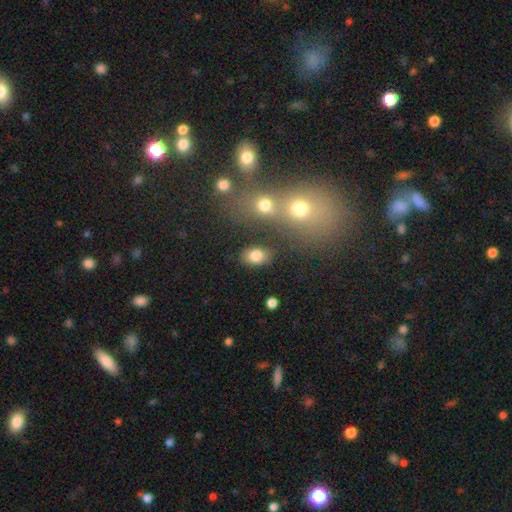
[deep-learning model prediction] Smooth or featured: smooth — 80% (star or artifact — 11%)
How rounded: in between — 78% (round — 21%)
Merging: none — 76% (minor disturbance — 12%)